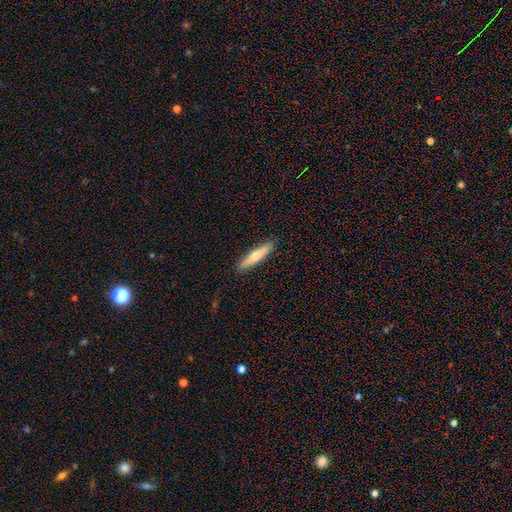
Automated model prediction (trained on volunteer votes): Smooth or featured? smooth (59%)
How rounded? cigar-shaped (88%)
Merging? none (90%)